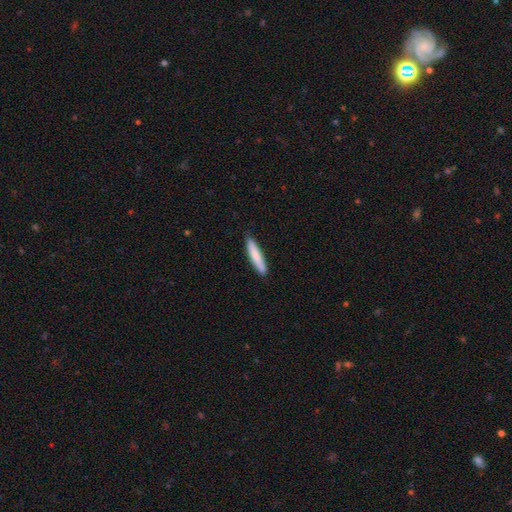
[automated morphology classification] This appears to be a smooth galaxy with no disk features (80%) that is cigar-shaped (90%). Merging: none (86%).